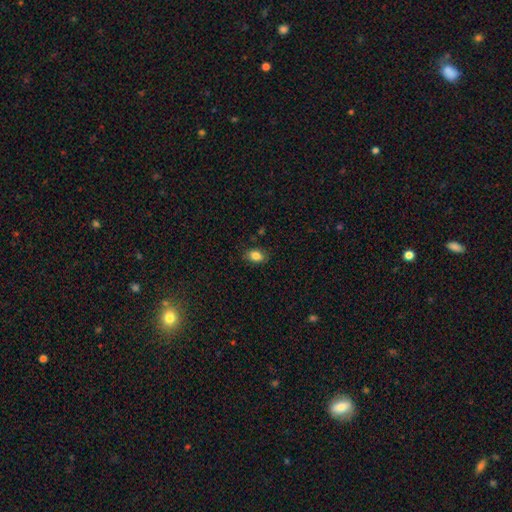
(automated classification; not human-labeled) Overall: smooth (85%). How rounded: in between (78%). Merging: none (84%).